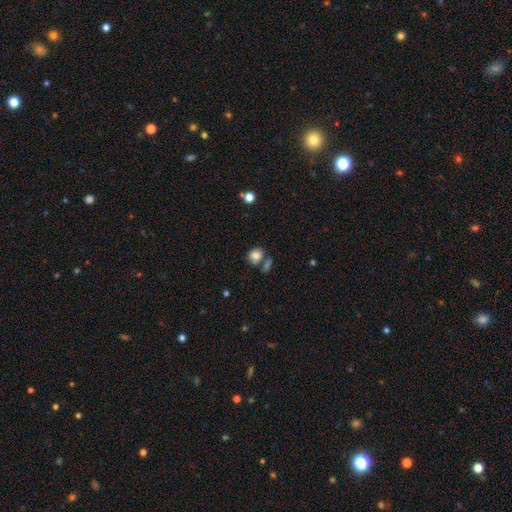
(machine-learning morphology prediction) This appears to be a smooth galaxy with no disk features (80%) that is round (60%). Merging: none (52%).